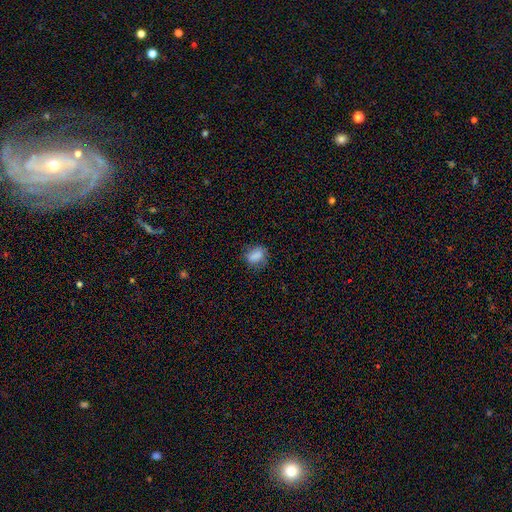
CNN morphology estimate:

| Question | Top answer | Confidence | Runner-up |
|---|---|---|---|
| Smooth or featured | smooth | 83% | star or artifact (9%) |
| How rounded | in between | 63% | round (34%) |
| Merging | none | 69% | minor disturbance (22%) |